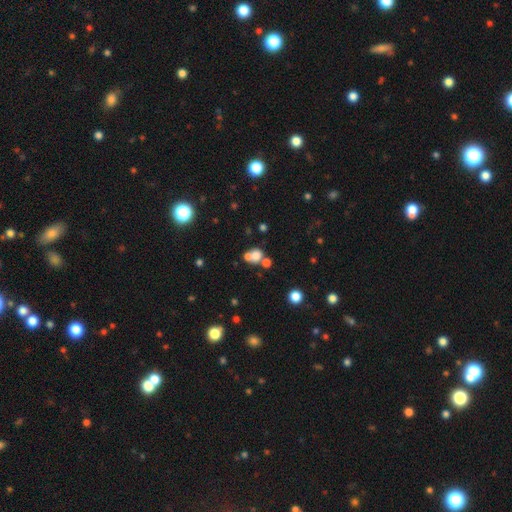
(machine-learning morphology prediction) smooth_or_featured: smooth (p=0.69) [alt: star or artifact p=0.15]
how_rounded: round (p=0.72) [alt: in between p=0.27]
merging: merger (p=0.50) [alt: none p=0.36]